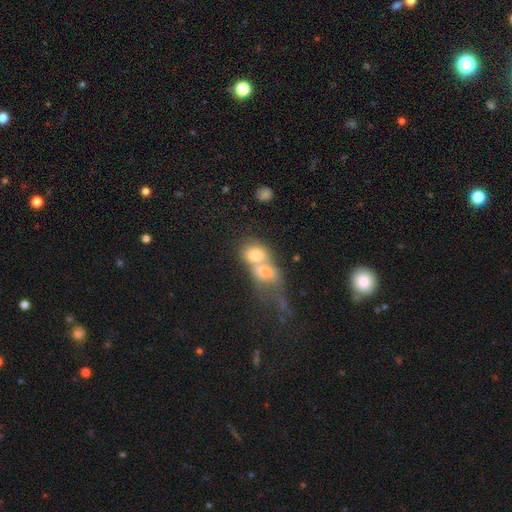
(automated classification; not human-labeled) A smooth galaxy with no disk features (70%) that is in between round and cigar-shaped (56%).

Vote fractions:
- Smooth or featured? smooth: 70% / featured or disk: 20% / star or artifact: 10%
- How rounded? in between: 56% / round: 41% / cigar-shaped: 3%
- Merging? merger: 76% / none: 13% / major disturbance: 6% / minor disturbance: 5%